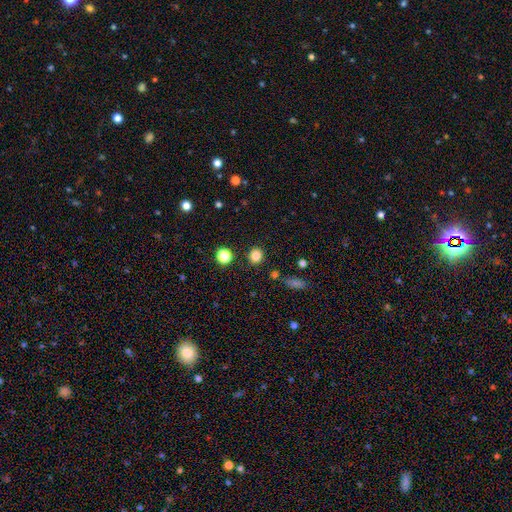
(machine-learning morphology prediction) smooth_or_featured: smooth (p=0.83) [alt: star or artifact p=0.13]
how_rounded: round (p=0.85) [alt: in between p=0.14]
merging: none (p=0.88) [alt: minor disturbance p=0.07]